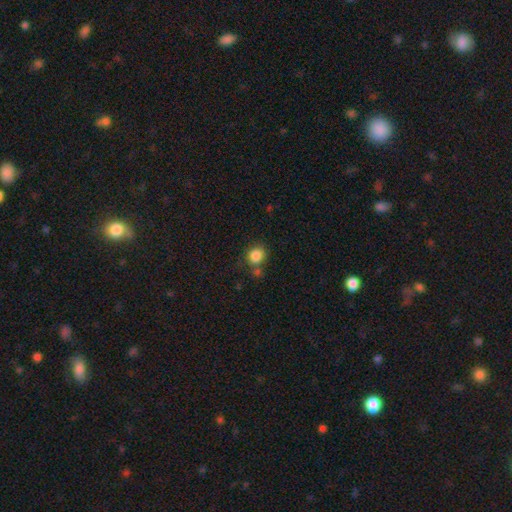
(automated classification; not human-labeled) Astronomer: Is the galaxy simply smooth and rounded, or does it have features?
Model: smooth — 85%.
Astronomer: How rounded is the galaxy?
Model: round — 79%.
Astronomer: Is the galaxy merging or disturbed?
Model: none — 64%.